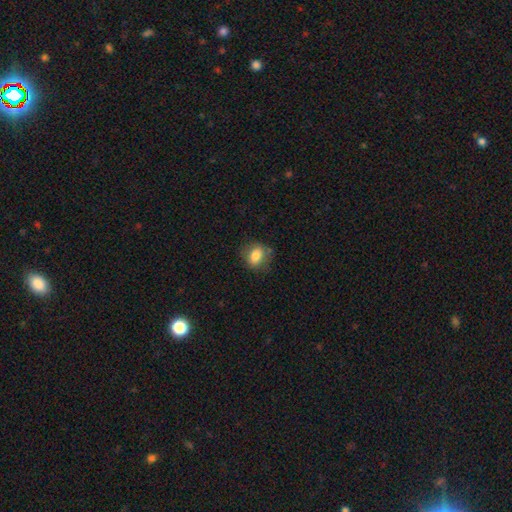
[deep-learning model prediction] Smooth or featured: smooth — 81% (featured or disk — 10%)
How rounded: in between — 56% (round — 42%)
Merging: none — 73% (minor disturbance — 19%)